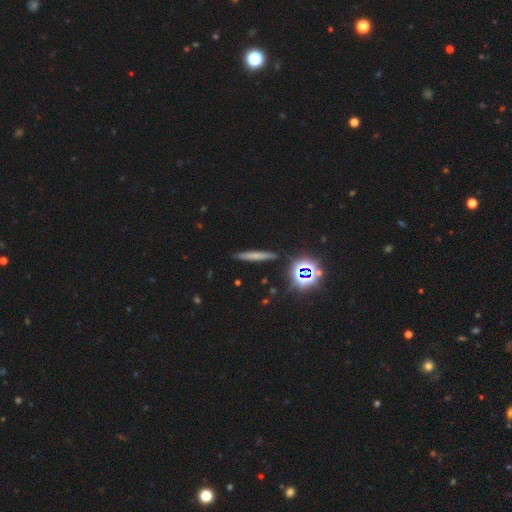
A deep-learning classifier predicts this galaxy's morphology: smooth_or_featured: smooth (p=0.56) [alt: featured or disk p=0.25]
how_rounded: cigar-shaped (p=0.89) [alt: in between p=0.06]
merging: none (p=0.88) [alt: minor disturbance p=0.08]